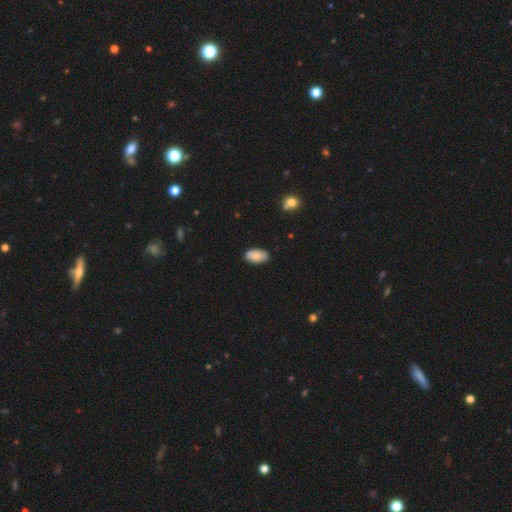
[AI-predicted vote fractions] smooth-or-featured: smooth: 86% | featured or disk: 7% | star or artifact: 7%
  how-rounded: in between: 95% | round: 3% | cigar-shaped: 2%
  merging: none: 85% | minor disturbance: 12% | major disturbance: 2% | merger: 1%